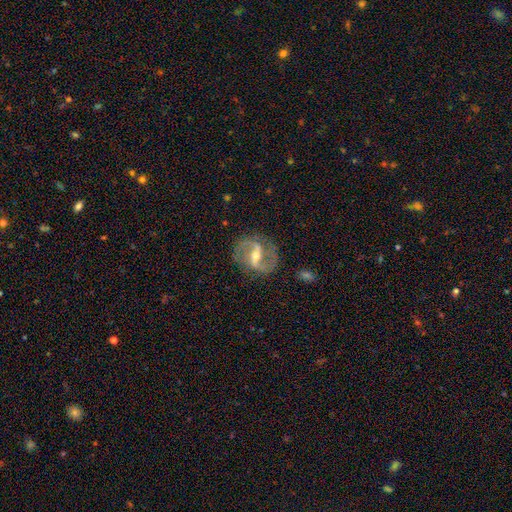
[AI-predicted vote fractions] smooth-or-featured: featured or disk: 90% | star or artifact: 5% | smooth: 5%
  disk-edge-on: no: 97% | yes: 3%
    bar: strong: 44% | weak: 40% | no: 15%
    has-spiral-arms: yes: 96% | no: 4%
      spiral-winding: medium: 55% | loose: 31% | tight: 15%
      spiral-arm-count: 2: 93% | can't tell: 2% | 1: 2% | 3: 1% | 4: 1% | more than 4: 1%
    bulge-size: moderate: 57% | small: 39% | large: 2% | none: 1% | dominant: 1%
  merging: none: 82% | minor disturbance: 12% | major disturbance: 4% | merger: 2%